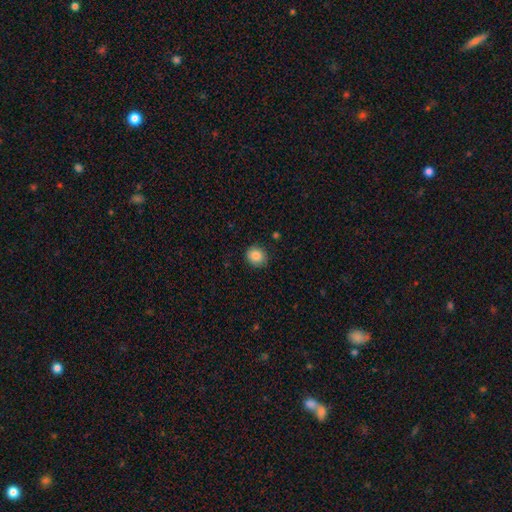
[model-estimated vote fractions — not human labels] A smooth galaxy with no disk features (86%) that is round (76%). Merging: none (83%).